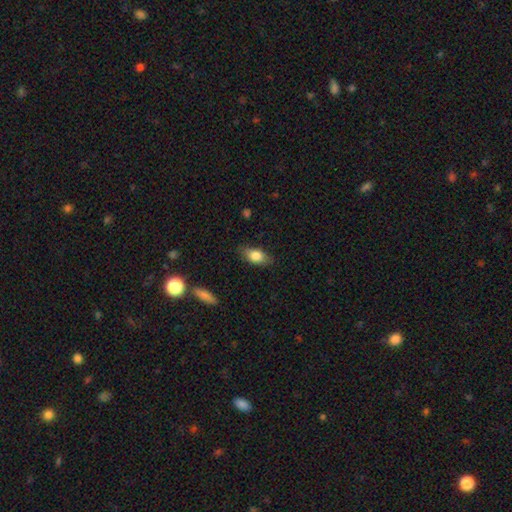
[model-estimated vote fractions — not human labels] The model was most divided on "merging": none: 81%, minor disturbance: 14%, major disturbance: 3%, merger: 1%. More confident: how rounded — in between (85%); smooth or featured — smooth (81%).